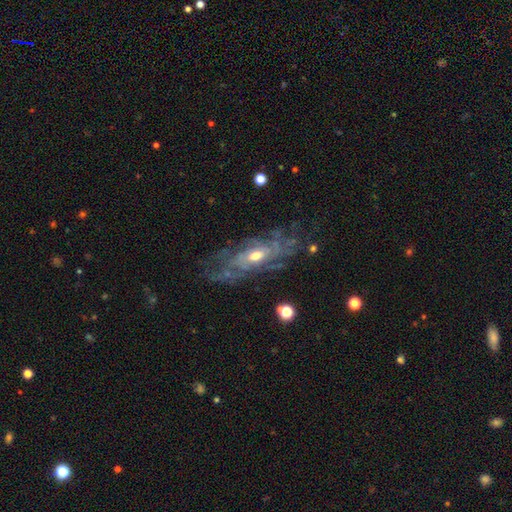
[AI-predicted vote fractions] This is clearly a featured or disk galaxy (83%). It is clearly not viewed edge-on (87%). Bar: likely no (64%). Spiral arm pattern: clearly yes (86%). Spiral arm count: possibly can't tell (59%). Spiral winding: possibly tight (58%). Central bulge: likely moderate (62%). Merging: likely none (66%).